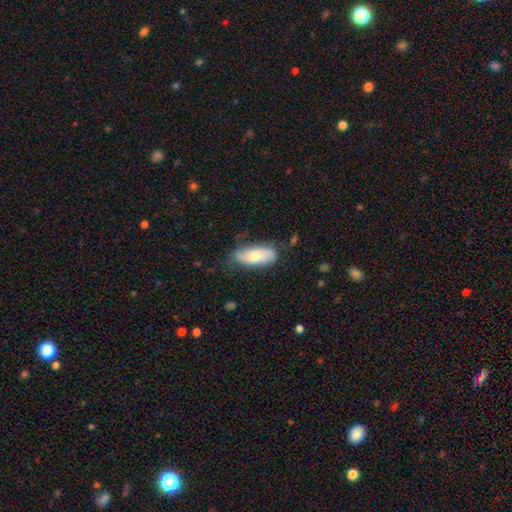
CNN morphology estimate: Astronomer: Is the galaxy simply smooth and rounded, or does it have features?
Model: smooth — 61%.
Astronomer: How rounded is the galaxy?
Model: in between — 84%.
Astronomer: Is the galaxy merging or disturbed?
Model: none — 63%.